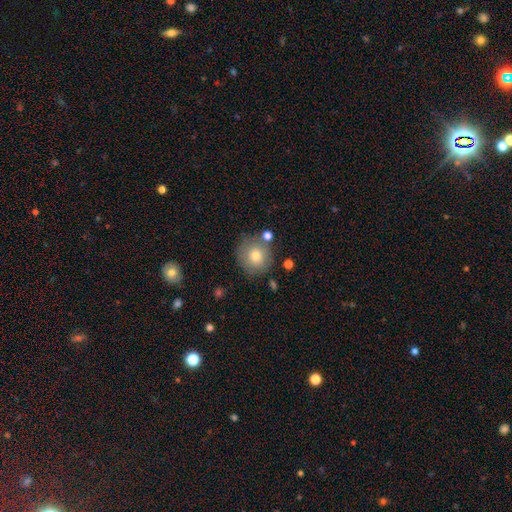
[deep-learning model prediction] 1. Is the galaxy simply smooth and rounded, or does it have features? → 77% smooth, 14% featured or disk, 10% star or artifact.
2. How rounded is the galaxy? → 90% round, 9% in between, 1% cigar-shaped.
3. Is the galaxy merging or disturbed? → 76% none, 13% minor disturbance, 7% merger, 4% major disturbance.